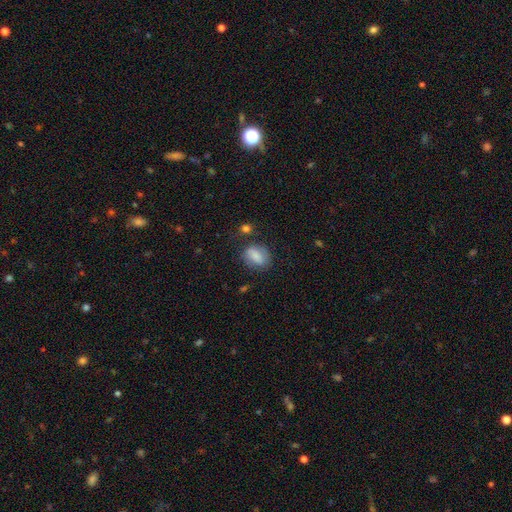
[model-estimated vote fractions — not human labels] Smooth or featured: smooth — 78% (featured or disk — 14%)
How rounded: in between — 69% (round — 28%)
Merging: none — 67% (minor disturbance — 21%)